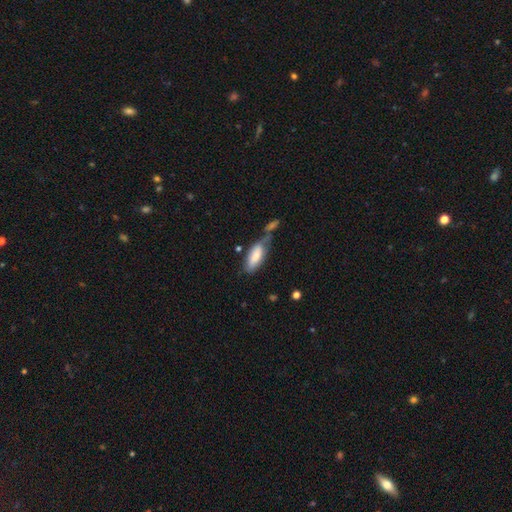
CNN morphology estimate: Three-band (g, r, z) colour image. It shows a smooth galaxy with no disk features (78%) that is in between round and cigar-shaped (77%). Merging: none (35%).